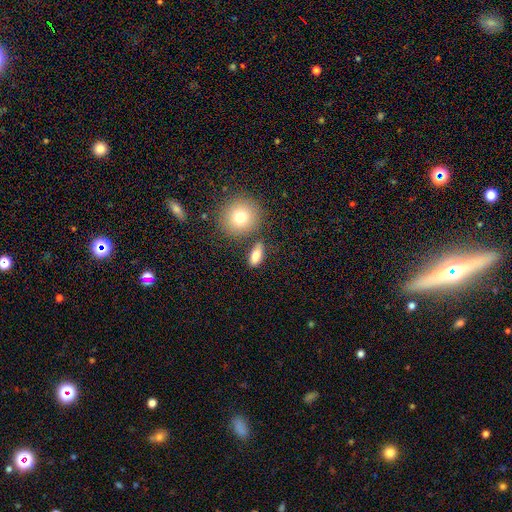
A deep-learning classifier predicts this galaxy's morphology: Q: Smooth or featured?
A: smooth (80%); runner-up: featured or disk (11%)
Q: How rounded?
A: in between (75%); runner-up: cigar-shaped (14%)
Q: Merging?
A: none (74%); runner-up: minor disturbance (13%)